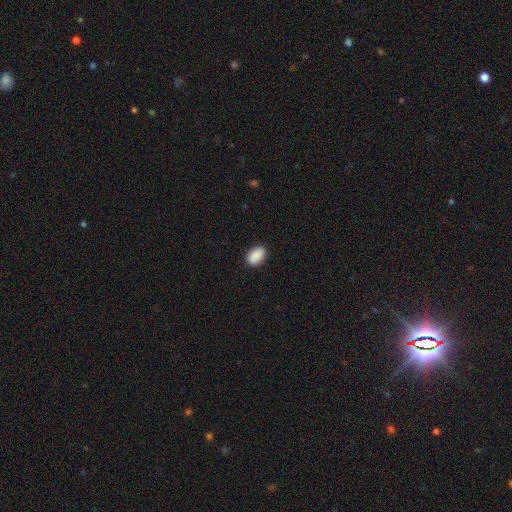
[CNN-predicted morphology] Smooth or featured?
  - smooth: 90% *
  - star or artifact: 7%
  - featured or disk: 3%
How rounded?
  - in between: 89% *
  - round: 10%
  - cigar-shaped: 1%
Merging?
  - none: 88% *
  - minor disturbance: 9%
  - major disturbance: 2%
  - merger: 1%